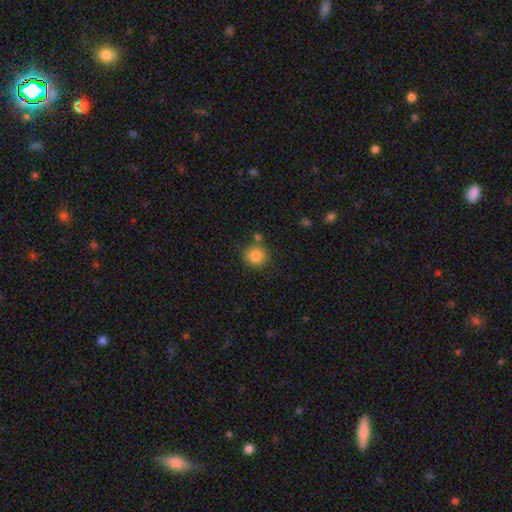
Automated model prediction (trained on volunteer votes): A smooth galaxy with no disk features (85%) that is round (91%). Merging: none (78%).